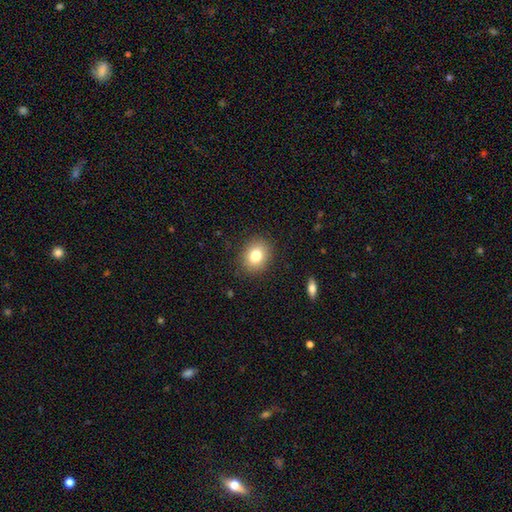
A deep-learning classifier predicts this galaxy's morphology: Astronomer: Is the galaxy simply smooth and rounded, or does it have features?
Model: smooth — 80%.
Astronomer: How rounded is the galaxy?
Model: round — 57% (runner-up: in between, 42%).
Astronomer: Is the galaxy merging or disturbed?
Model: none — 88%.